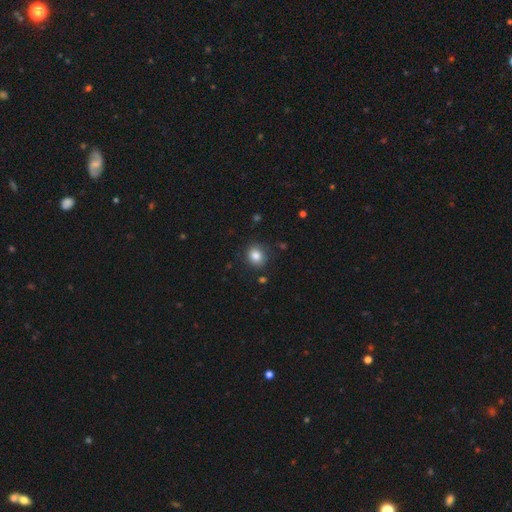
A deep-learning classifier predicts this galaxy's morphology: This is clearly a smooth galaxy (84%). How rounded: likely round (72%). Merging: clearly none (85%).